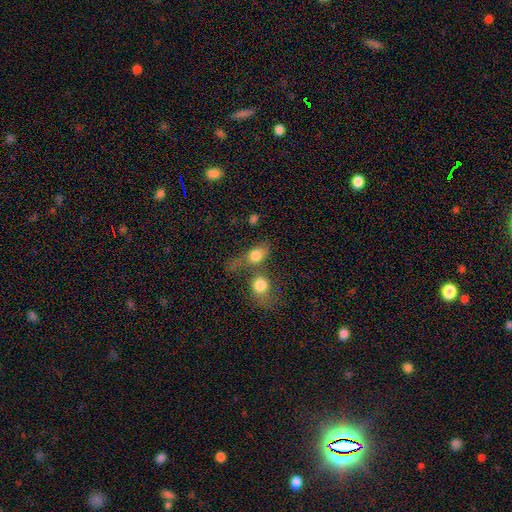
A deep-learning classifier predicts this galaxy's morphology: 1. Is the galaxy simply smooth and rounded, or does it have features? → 77% smooth, 14% featured or disk, 9% star or artifact.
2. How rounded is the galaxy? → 56% in between, 39% round, 5% cigar-shaped.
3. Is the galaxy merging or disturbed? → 58% merger, 23% none, 10% major disturbance, 9% minor disturbance.